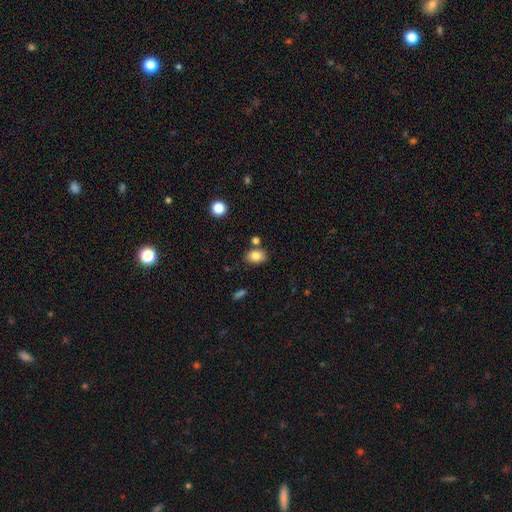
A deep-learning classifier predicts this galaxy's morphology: type=smooth (82%); roundness=in between (69%); merging=none (75%).